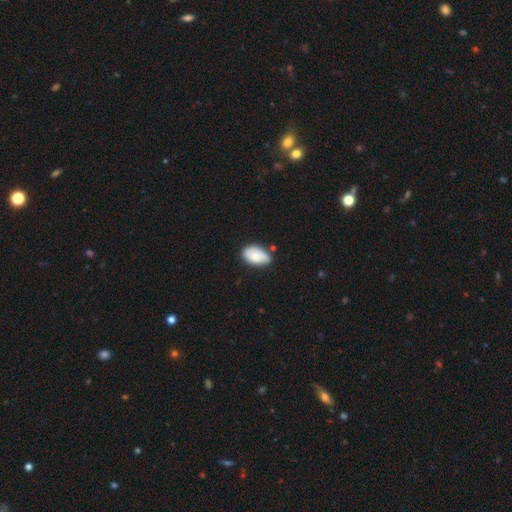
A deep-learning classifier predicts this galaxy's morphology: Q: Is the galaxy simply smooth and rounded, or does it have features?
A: smooth — 76%.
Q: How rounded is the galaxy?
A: in between — 94%.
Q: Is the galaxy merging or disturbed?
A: none — 66%.